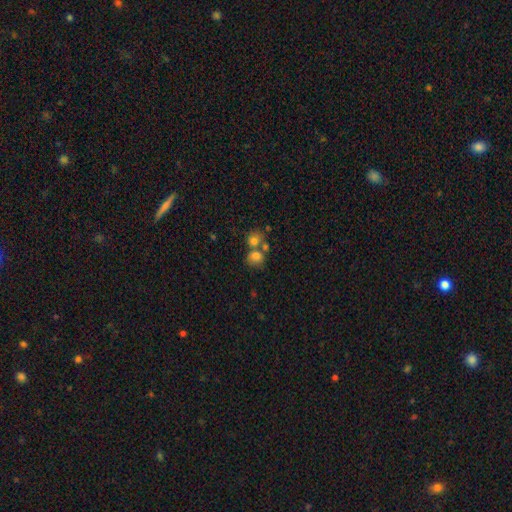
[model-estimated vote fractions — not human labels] This appears to be a smooth galaxy with no disk features (76%) that is round (67%). Merging: merger (43%).